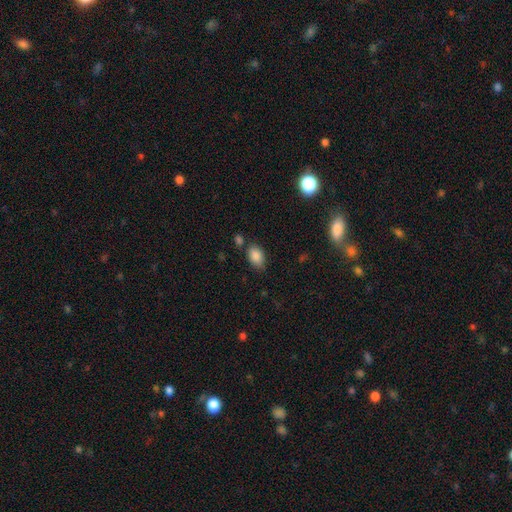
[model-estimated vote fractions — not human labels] Overall: smooth (86%). How rounded: in between (86%). Merging: none (72%).